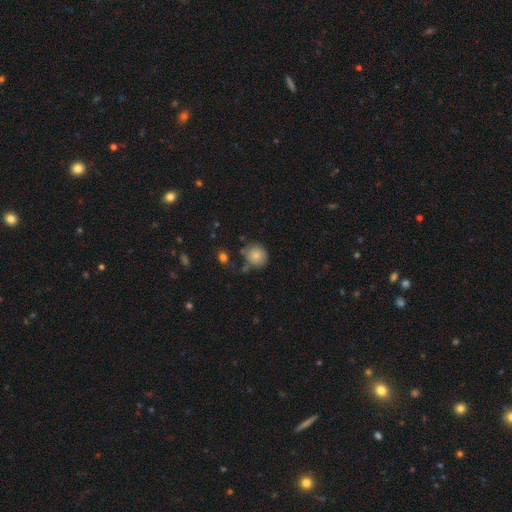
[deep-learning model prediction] This appears to be a smooth galaxy with no disk features (81%) that is round (85%). Merging: none (68%).